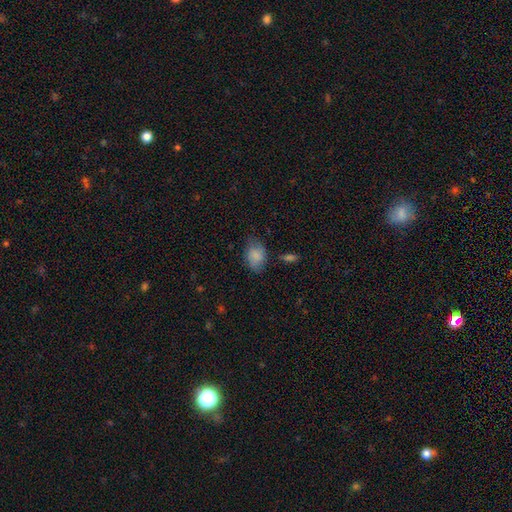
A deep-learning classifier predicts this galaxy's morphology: smooth_or_featured: smooth (p=0.83) [alt: featured or disk p=0.09]
how_rounded: in between (p=0.77) [alt: round p=0.22]
merging: none (p=0.65) [alt: minor disturbance p=0.25]